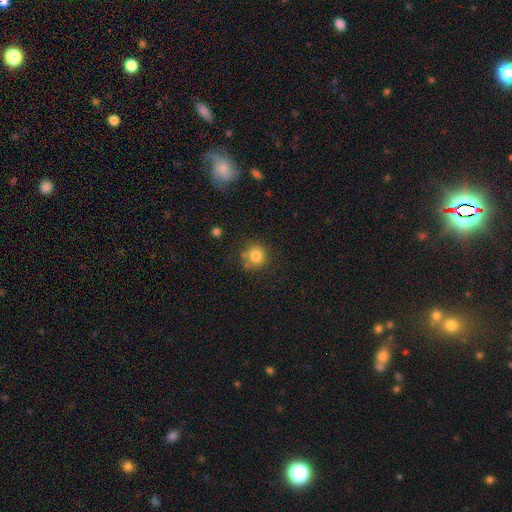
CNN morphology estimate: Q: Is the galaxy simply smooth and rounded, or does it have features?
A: smooth — 81%.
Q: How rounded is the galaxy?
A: round — 89%.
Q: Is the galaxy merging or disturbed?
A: none — 74%.